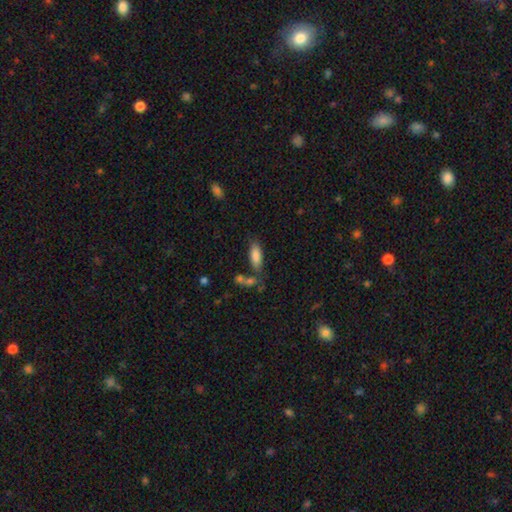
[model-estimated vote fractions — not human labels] Overall: smooth (85%). How rounded: in between (76%). Merging: none (69%).